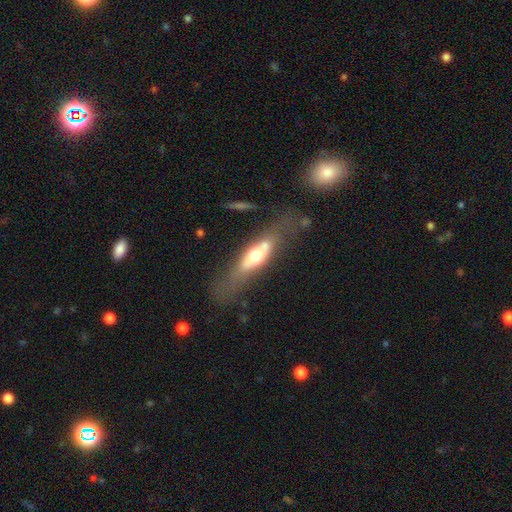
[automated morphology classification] This appears to be a featured or disk galaxy (51%) viewed edge-on (59%). Merging: none (54%).